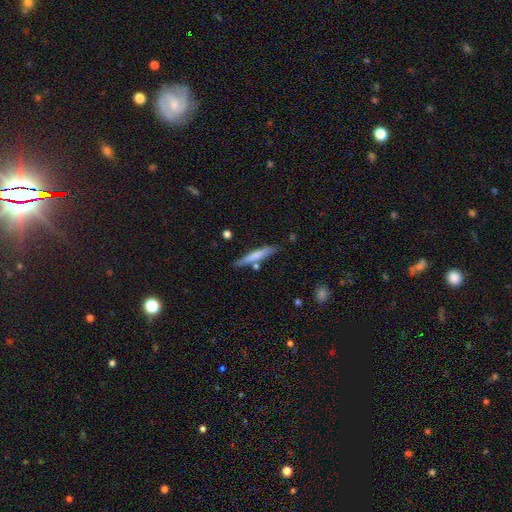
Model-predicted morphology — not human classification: smooth-or-featured: smooth: 68% | featured or disk: 27% | star or artifact: 6%
  how-rounded: cigar-shaped: 91% | in between: 8% | round: 1%
  merging: none: 75% | minor disturbance: 15% | merger: 7% | major disturbance: 3%